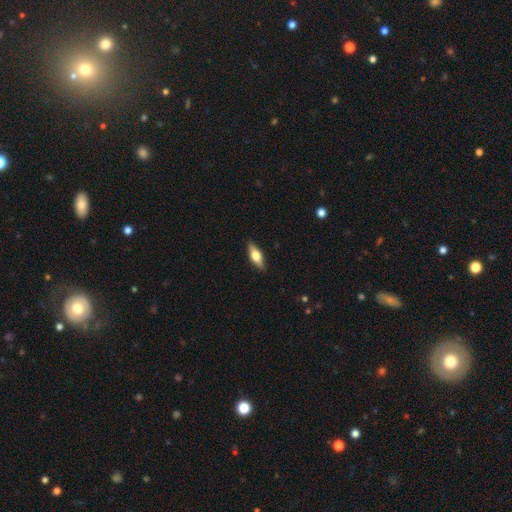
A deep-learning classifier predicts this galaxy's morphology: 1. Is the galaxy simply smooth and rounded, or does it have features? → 52% smooth, 42% featured or disk, 6% star or artifact.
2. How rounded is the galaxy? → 63% in between, 33% cigar-shaped, 3% round.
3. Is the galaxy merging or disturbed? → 88% none, 9% minor disturbance, 2% major disturbance, 1% merger.